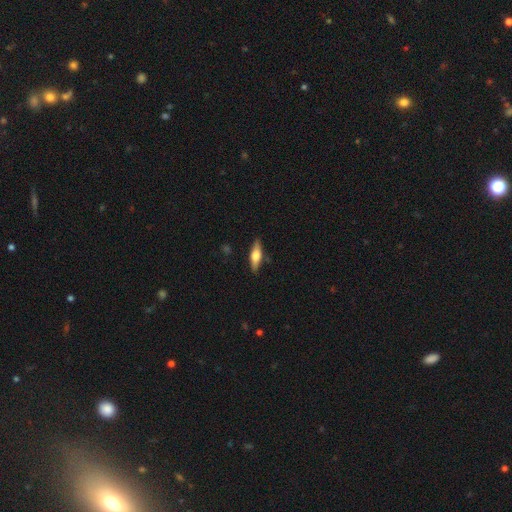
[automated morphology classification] smooth 47%, featured or disk 46%, star or artifact 6%. Down the decision tree: merging — none (85%).